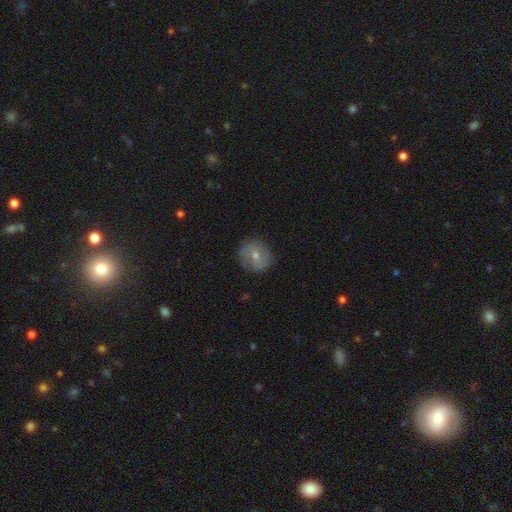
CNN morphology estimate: This is possibly a smooth galaxy (52%). How rounded: clearly round (85%). Merging: clearly none (84%).